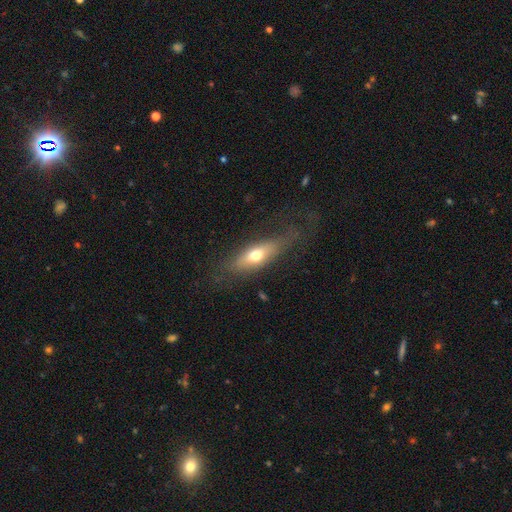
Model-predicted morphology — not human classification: A smooth galaxy with no disk features (61%) that is in between round and cigar-shaped (59%). Merging: none (68%).